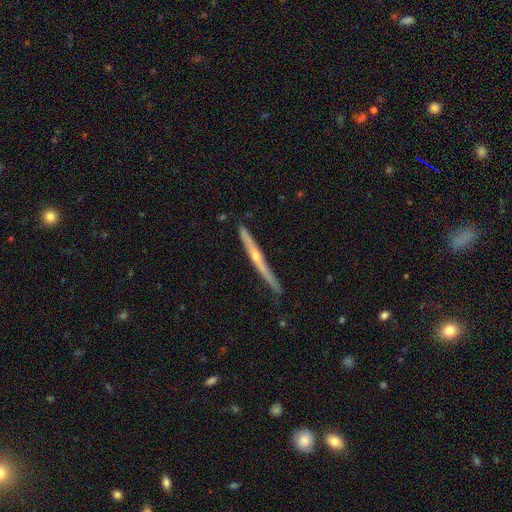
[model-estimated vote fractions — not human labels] smooth_or_featured: featured or disk (p=0.76) [alt: smooth p=0.17]
disk_edge_on: yes (p=0.97) [alt: no p=0.03]
edge_on_bulge: rounded (p=0.78) [alt: none p=0.17]
merging: none (p=0.86) [alt: minor disturbance p=0.10]